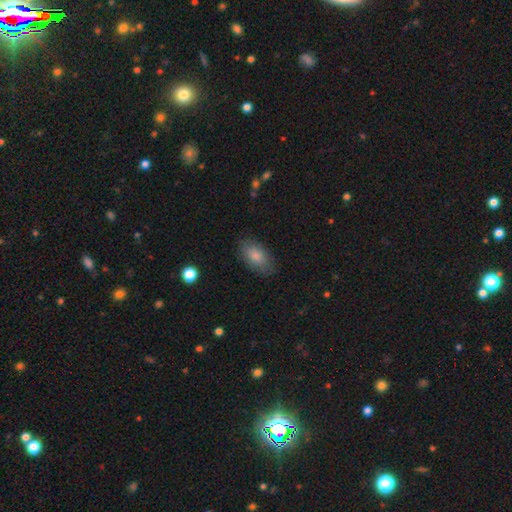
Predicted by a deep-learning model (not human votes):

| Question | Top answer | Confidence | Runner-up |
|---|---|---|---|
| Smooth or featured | smooth | 81% | featured or disk (12%) |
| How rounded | in between | 92% | round (5%) |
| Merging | none | 79% | minor disturbance (15%) |